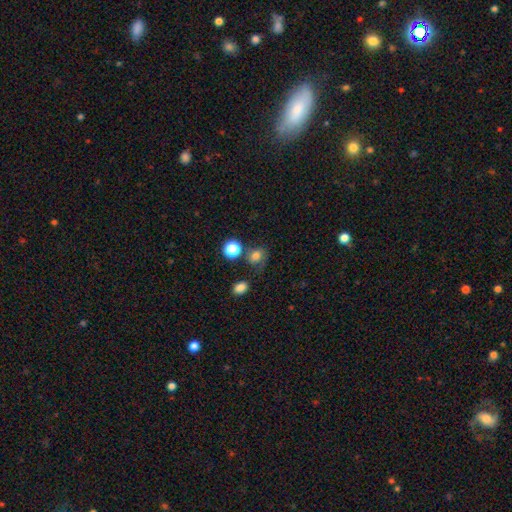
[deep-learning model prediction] smooth_or_featured: smooth (p=0.74) [alt: star or artifact p=0.17]
how_rounded: round (p=0.65) [alt: in between p=0.34]
merging: none (p=0.59) [alt: minor disturbance p=0.20]